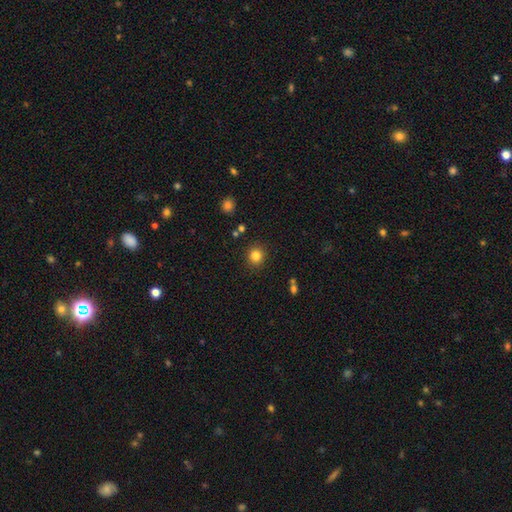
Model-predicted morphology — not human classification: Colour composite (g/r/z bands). It shows a smooth galaxy with no disk features (83%) that is round (89%). Merging: none (89%).